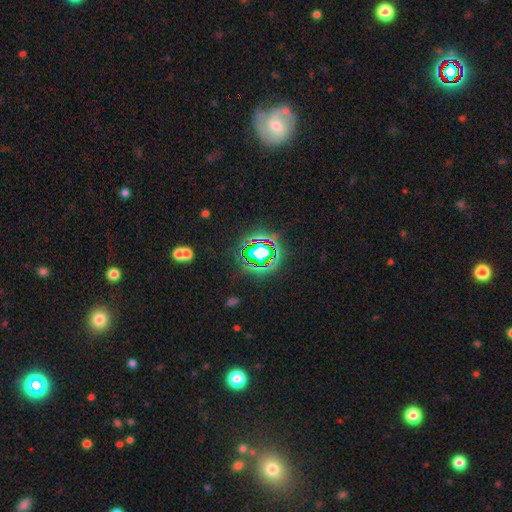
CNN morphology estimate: type=star or artifact (76%).